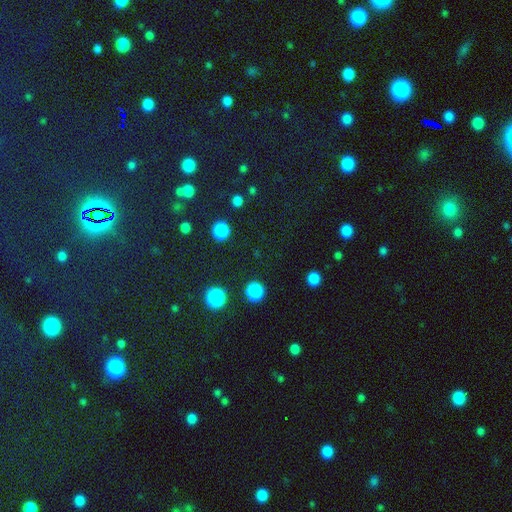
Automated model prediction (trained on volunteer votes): star or artifact 74%, smooth 18%, featured or disk 8%.